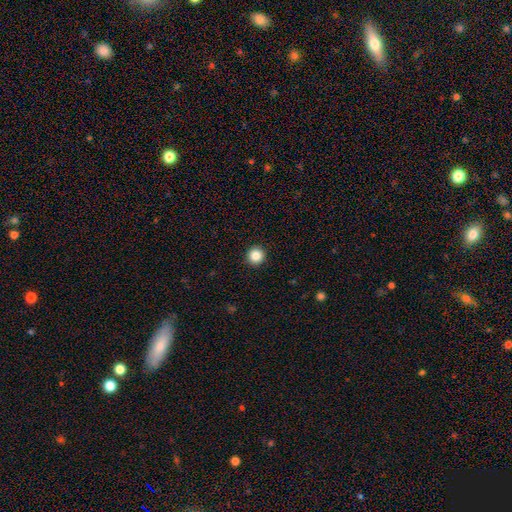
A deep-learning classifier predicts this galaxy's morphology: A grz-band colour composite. It shows a smooth galaxy with no disk features (85%) that is round (96%). Merging: none (93%).